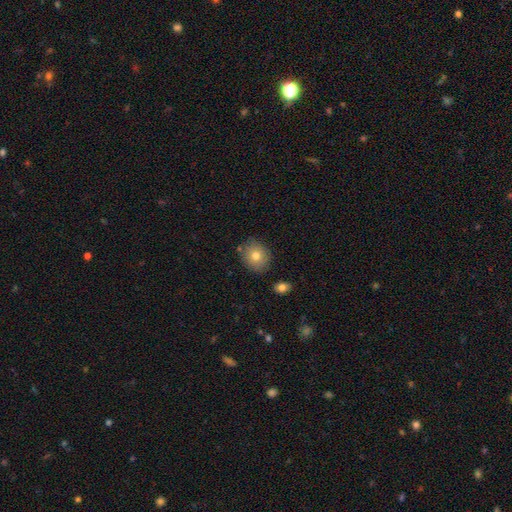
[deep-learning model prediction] A smooth galaxy with no disk features (78%) that is round (68%). Merging: none (82%).